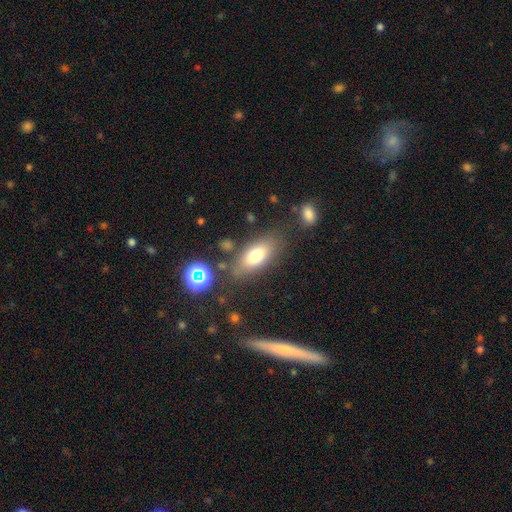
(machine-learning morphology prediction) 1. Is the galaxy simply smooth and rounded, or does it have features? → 73% smooth, 17% featured or disk, 10% star or artifact.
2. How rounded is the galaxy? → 82% in between, 12% cigar-shaped, 6% round.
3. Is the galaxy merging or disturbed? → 75% none, 15% minor disturbance, 6% major disturbance, 5% merger.